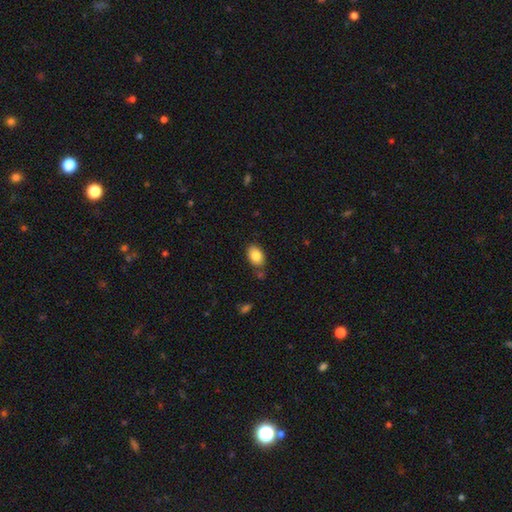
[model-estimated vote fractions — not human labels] Smooth or featured: smooth — 84% (featured or disk — 8%)
How rounded: in between — 86% (round — 13%)
Merging: none — 77% (minor disturbance — 14%)